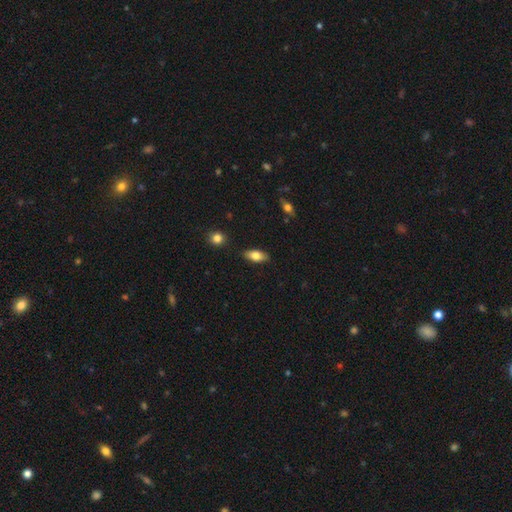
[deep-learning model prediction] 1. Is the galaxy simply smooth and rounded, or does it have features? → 75% smooth, 19% featured or disk, 7% star or artifact.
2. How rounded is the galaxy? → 86% in between, 10% cigar-shaped, 4% round.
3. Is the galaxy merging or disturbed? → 87% none, 10% minor disturbance, 2% major disturbance, 2% merger.